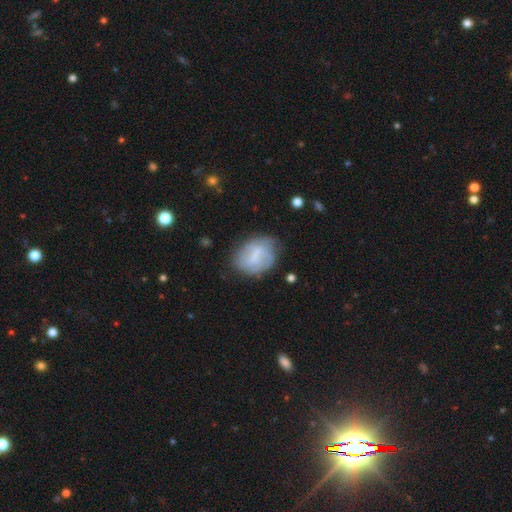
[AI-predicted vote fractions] Smooth or featured?
  - smooth: 47% *
  - featured or disk: 45%
  - star or artifact: 8%
Merging?
  - none: 61% *
  - minor disturbance: 26%
  - major disturbance: 10%
  - merger: 3%